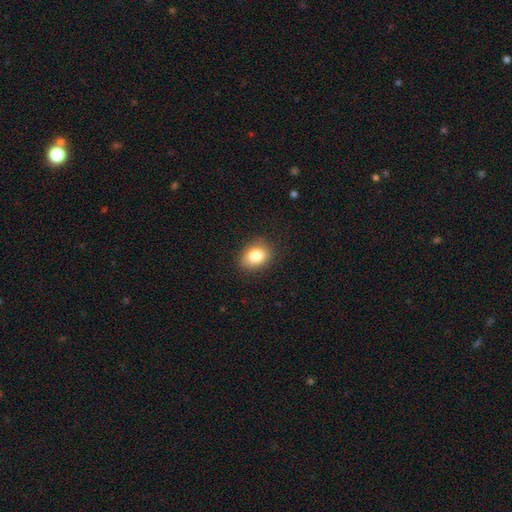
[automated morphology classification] smooth_or_featured: smooth (p=0.83) [alt: star or artifact p=0.09]
how_rounded: in between (p=0.67) [alt: round p=0.31]
merging: none (p=0.84) [alt: minor disturbance p=0.12]